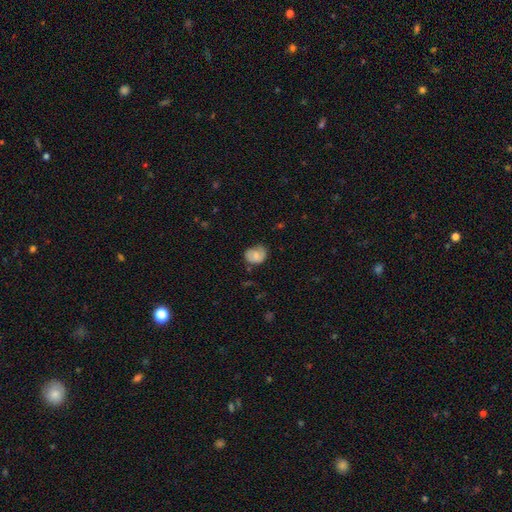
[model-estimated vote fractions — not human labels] This appears to be a smooth galaxy with no disk features (65%) that is round (53%). Merging: none (52%).